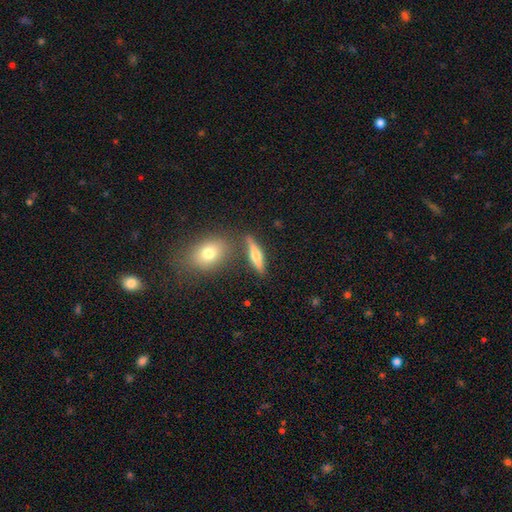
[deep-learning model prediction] Smooth or featured? featured or disk (46%)
Merging? none (73%)